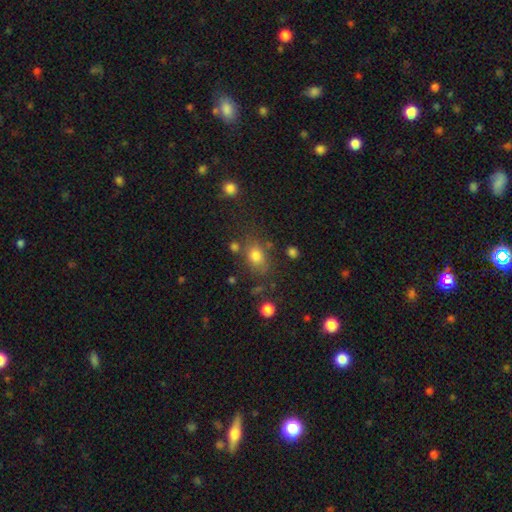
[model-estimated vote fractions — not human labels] This appears to be a smooth galaxy with no disk features (77%) that is in between round and cigar-shaped (60%). Merging: none (65%).